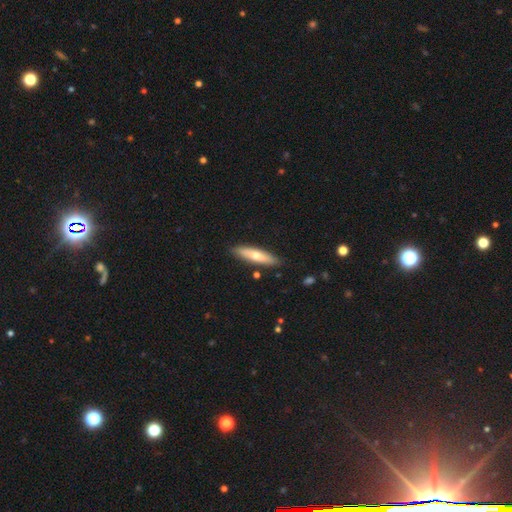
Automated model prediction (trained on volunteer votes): A smooth galaxy with no disk features (60%) that is cigar-shaped (71%). Merging: none (86%).